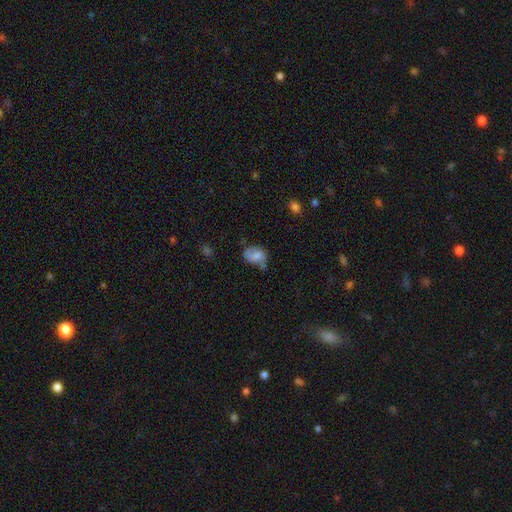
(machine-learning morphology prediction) This is likely a smooth galaxy (61%). How rounded: likely in between (69%). Merging: possibly none (46%).